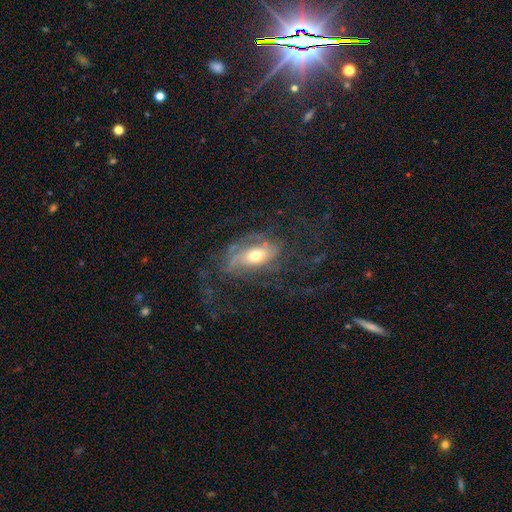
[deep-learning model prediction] smooth_or_featured: featured or disk (p=0.66) [alt: smooth p=0.24]
disk_edge_on: no (p=0.90) [alt: yes p=0.10]
bar: no (p=0.66) [alt: weak p=0.24]
has_spiral_arms: yes (p=0.76) [alt: no p=0.24]
bulge_size: moderate (p=0.67) [alt: small p=0.19]
merging: none (p=0.52) [alt: major disturbance p=0.27]